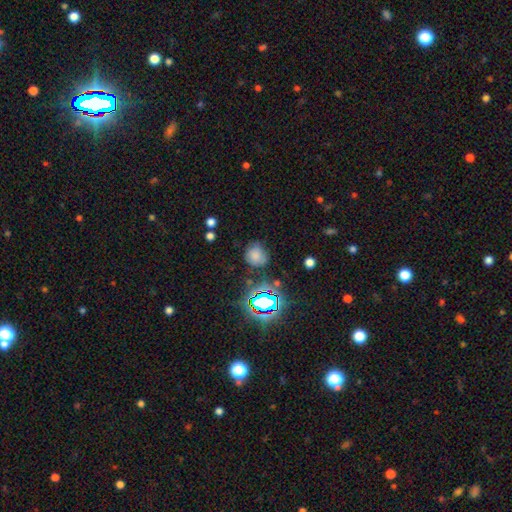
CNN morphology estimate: Smooth or featured?
  - smooth: 69% *
  - star or artifact: 22%
  - featured or disk: 10%
How rounded?
  - round: 80% *
  - in between: 19%
  - cigar-shaped: 1%
Merging?
  - none: 68% *
  - minor disturbance: 21%
  - major disturbance: 7%
  - merger: 4%